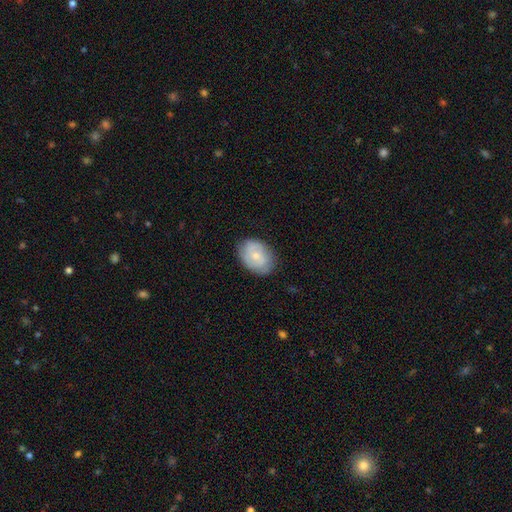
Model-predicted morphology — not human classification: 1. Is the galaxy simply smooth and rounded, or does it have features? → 56% smooth, 37% featured or disk, 6% star or artifact.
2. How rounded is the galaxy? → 77% in between, 22% round, 1% cigar-shaped.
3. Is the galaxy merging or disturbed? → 78% none, 17% minor disturbance, 4% major disturbance, 1% merger.